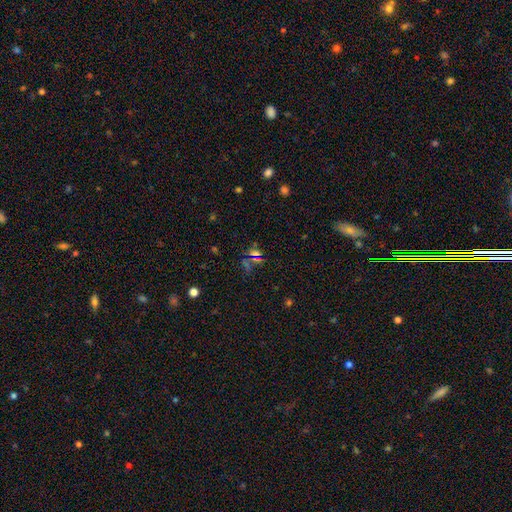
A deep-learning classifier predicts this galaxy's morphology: smooth-or-featured: star or artifact: 60% | smooth: 30% | featured or disk: 10%